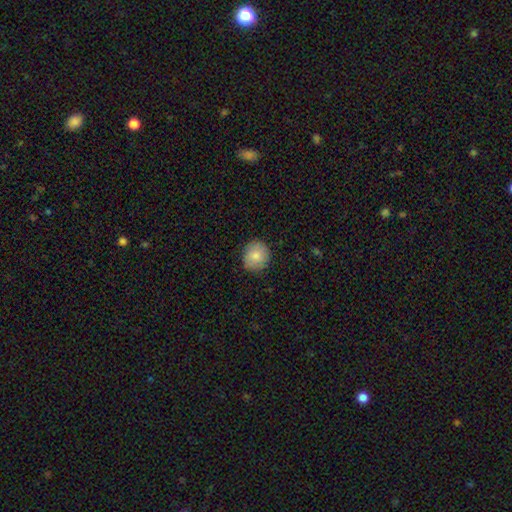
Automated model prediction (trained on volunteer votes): smooth-or-featured: smooth: 82% | featured or disk: 11% | star or artifact: 7%
  how-rounded: round: 87% | in between: 12% | cigar-shaped: 1%
  merging: none: 87% | minor disturbance: 10% | major disturbance: 2% | merger: 1%